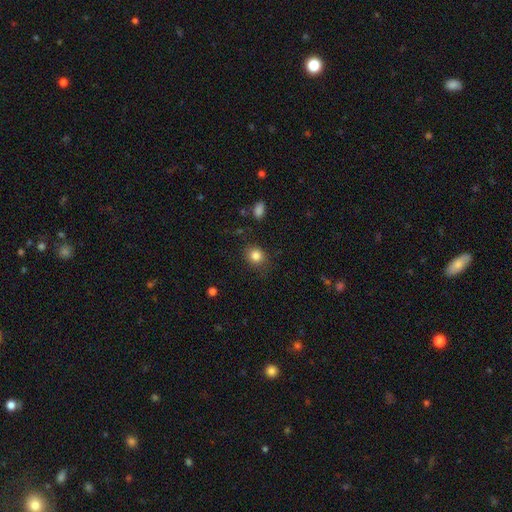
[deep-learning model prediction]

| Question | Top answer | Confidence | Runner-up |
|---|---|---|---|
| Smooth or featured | smooth | 84% | star or artifact (11%) |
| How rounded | round | 73% | in between (26%) |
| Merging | none | 82% | minor disturbance (13%) |